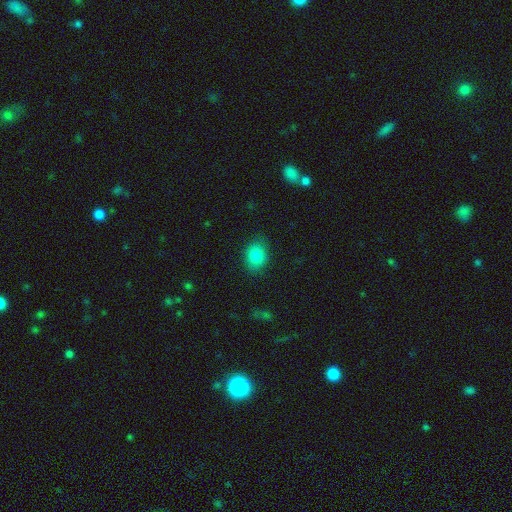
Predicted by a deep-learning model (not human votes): Smooth or featured? smooth (83%)
How rounded? in between (61%)
Merging? none (84%)